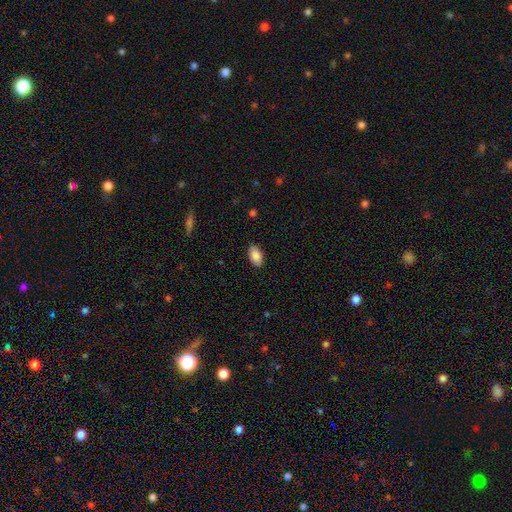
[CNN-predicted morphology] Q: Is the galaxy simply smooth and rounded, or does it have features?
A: smooth — 88%.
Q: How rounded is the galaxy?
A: in between — 93%.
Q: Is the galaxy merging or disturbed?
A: none — 85%.